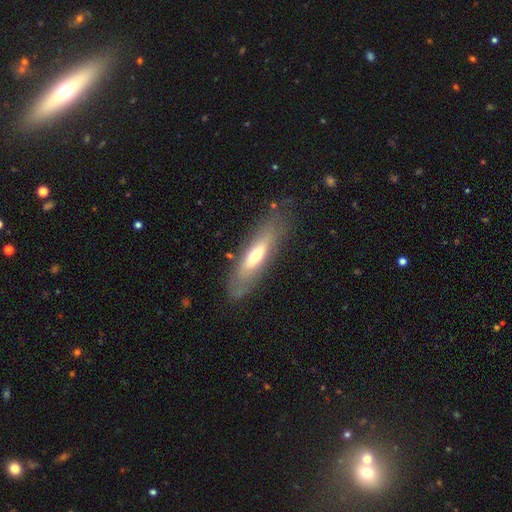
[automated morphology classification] Smooth or featured? Predicted: smooth (p=0.48). Merging? Predicted: none (p=0.76).